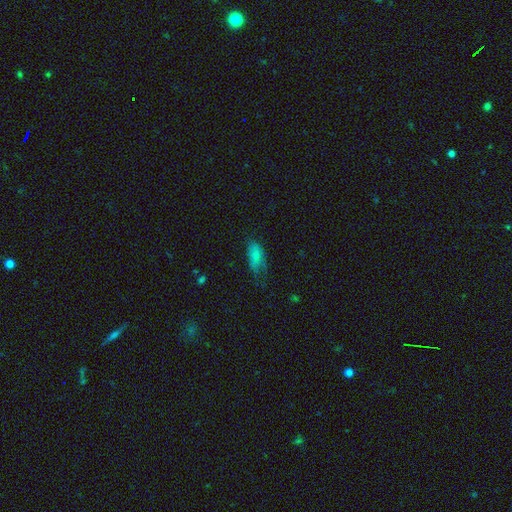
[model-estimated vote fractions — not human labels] Smooth or featured: smooth — 74% (featured or disk — 16%)
How rounded: in between — 90% (cigar-shaped — 7%)
Merging: none — 42% (minor disturbance — 34%)